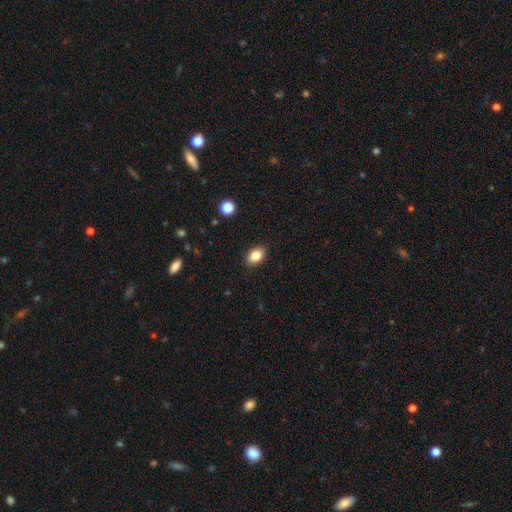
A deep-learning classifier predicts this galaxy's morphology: smooth_or_featured: smooth (p=0.85) [alt: star or artifact p=0.09]
how_rounded: in between (p=0.84) [alt: round p=0.15]
merging: none (p=0.89) [alt: minor disturbance p=0.08]